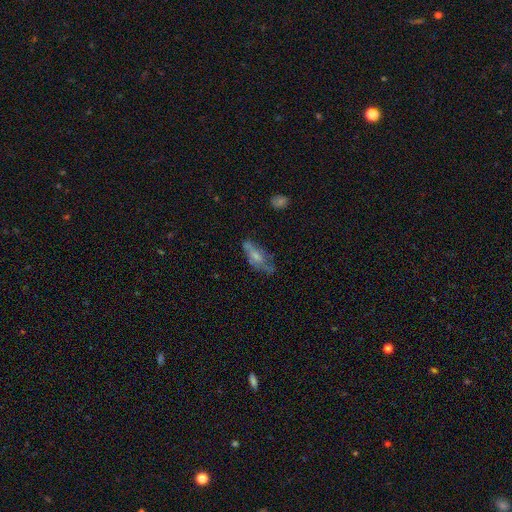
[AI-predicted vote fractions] Morphology: type=smooth (50%); roundness=in between (72%); merging=none (46%).